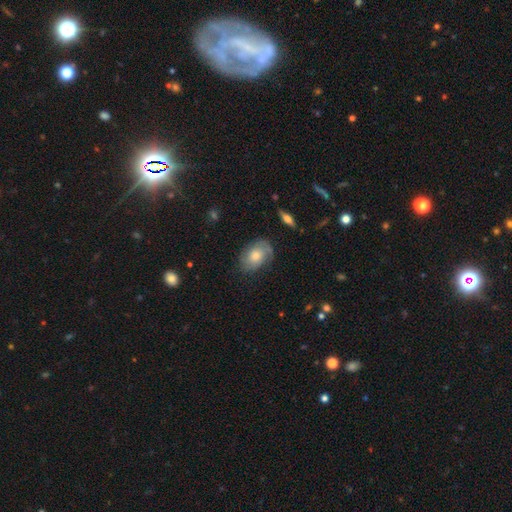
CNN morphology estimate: A smooth galaxy with no disk features (47%). Merging: none (72%).